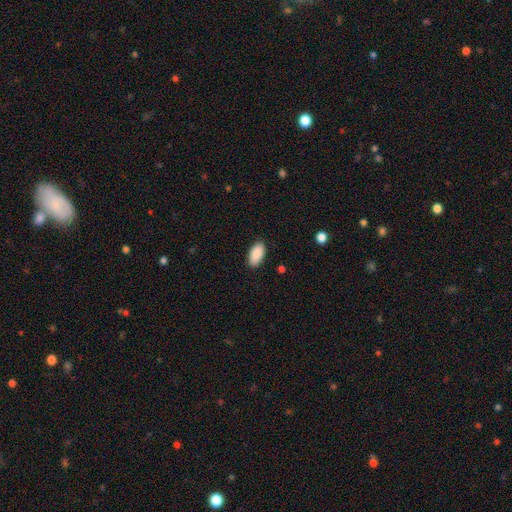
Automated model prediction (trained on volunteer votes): A smooth galaxy with no disk features (90%) that is in between round and cigar-shaped (95%). Merging: none (87%).